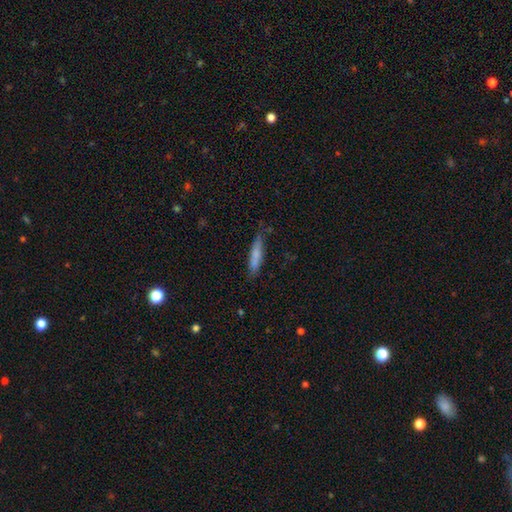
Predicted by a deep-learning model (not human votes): smooth 72%, featured or disk 21%, star or artifact 6%. Down the decision tree: how rounded — cigar-shaped (85%); merging — none (78%).